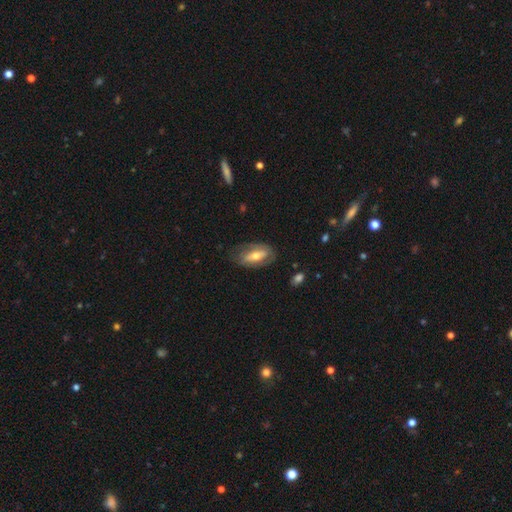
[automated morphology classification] Smooth or featured? featured or disk (52%)
Edge-on disk? no (82%)
Merging? none (69%)